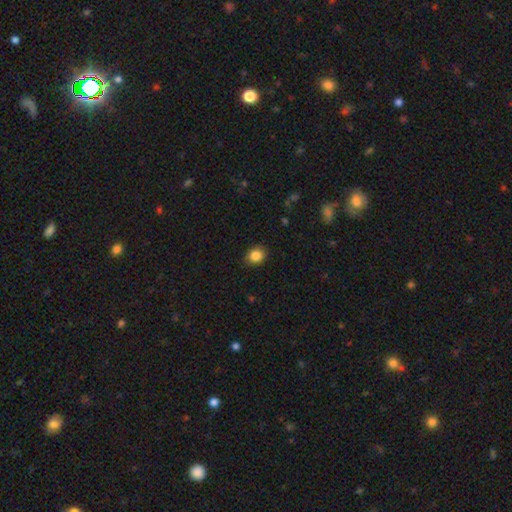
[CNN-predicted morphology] Smooth or featured? Predicted: smooth (p=0.86). How rounded? Predicted: round (p=0.66). Merging? Predicted: none (p=0.85).